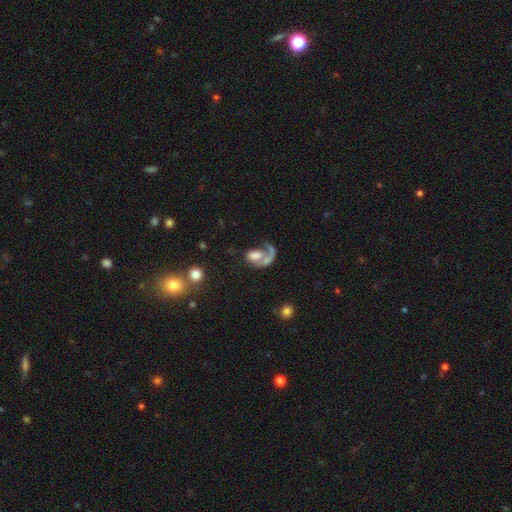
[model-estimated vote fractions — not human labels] The model was most divided on "bulge size": none: 32%, moderate: 25%, large: 21%, small: 15%, dominant: 7%. Remaining: edge-on disk — no (97%); bar — no (80%); spiral arms — yes (55%); smooth or featured — featured or disk (53%); merging — major disturbance (38%).